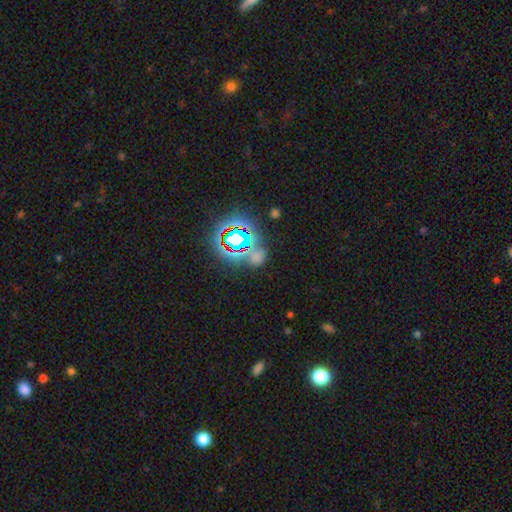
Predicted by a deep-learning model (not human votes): A star or artifact, not a galaxy (58%).

Vote fractions:
- Smooth or featured? star or artifact: 58% / smooth: 32% / featured or disk: 10%